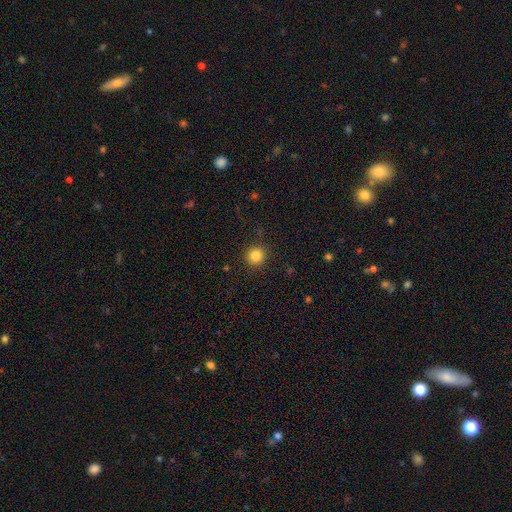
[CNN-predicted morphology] Smooth or featured: smooth — 84% (star or artifact — 11%)
How rounded: round — 94% (in between — 6%)
Merging: none — 90% (minor disturbance — 7%)